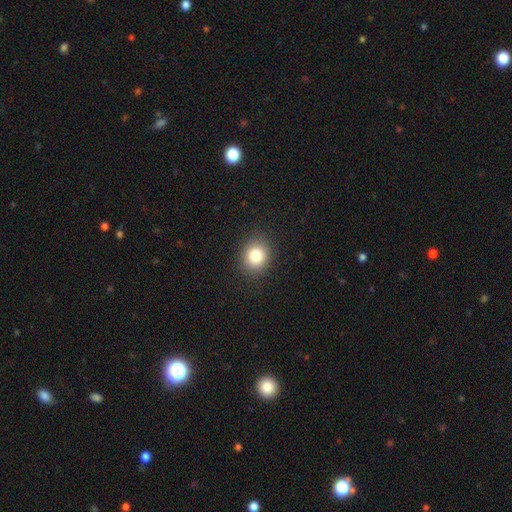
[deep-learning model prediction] A smooth galaxy with no disk features (82%) that is round (71%). Merging: none (90%).